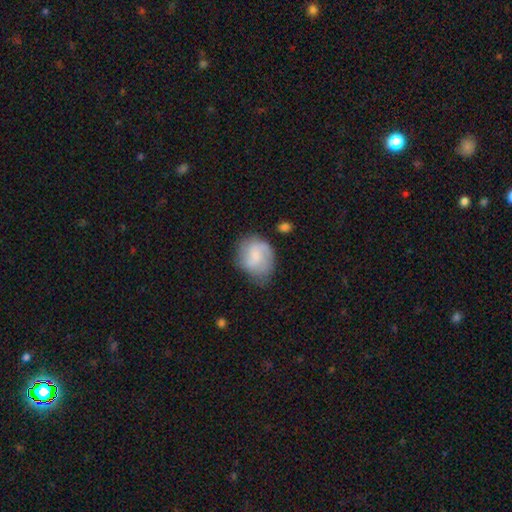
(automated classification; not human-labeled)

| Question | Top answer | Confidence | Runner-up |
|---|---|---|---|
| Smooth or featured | smooth | 55% | featured or disk (38%) |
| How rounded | round | 57% | in between (42%) |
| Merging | none | 52% | minor disturbance (32%) |